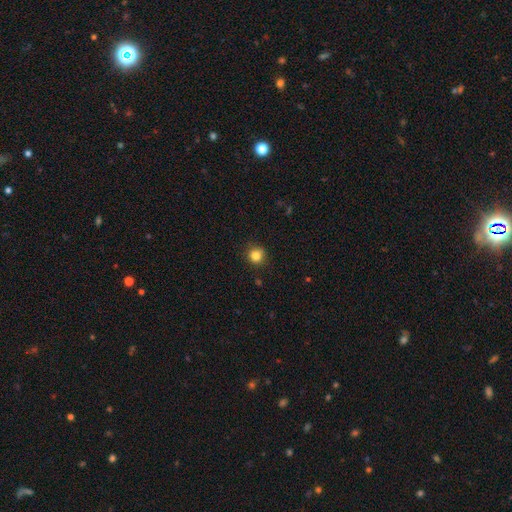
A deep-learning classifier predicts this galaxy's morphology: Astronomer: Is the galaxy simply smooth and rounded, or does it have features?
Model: smooth — 83%.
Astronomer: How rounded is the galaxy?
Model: round — 89%.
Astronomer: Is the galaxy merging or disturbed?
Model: none — 85%.